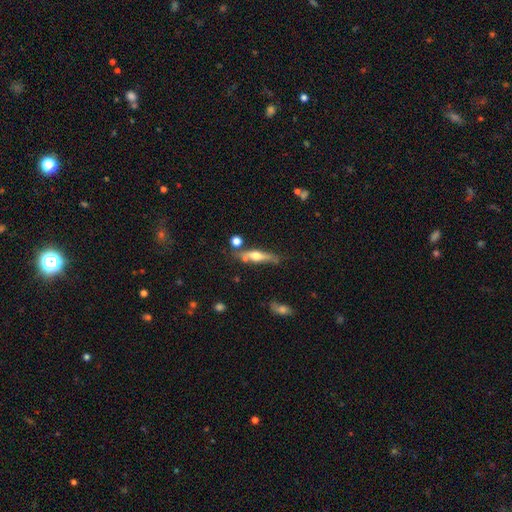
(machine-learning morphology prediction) Smooth or featured? featured or disk (57%)
Edge-on disk? yes (91%)
Edge-on bulge? rounded (91%)
Merging? none (69%)